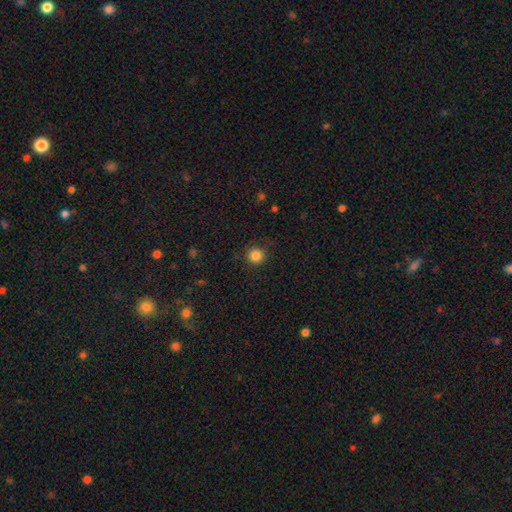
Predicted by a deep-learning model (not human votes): Smooth or featured? smooth (84%)
How rounded? round (94%)
Merging? none (88%)